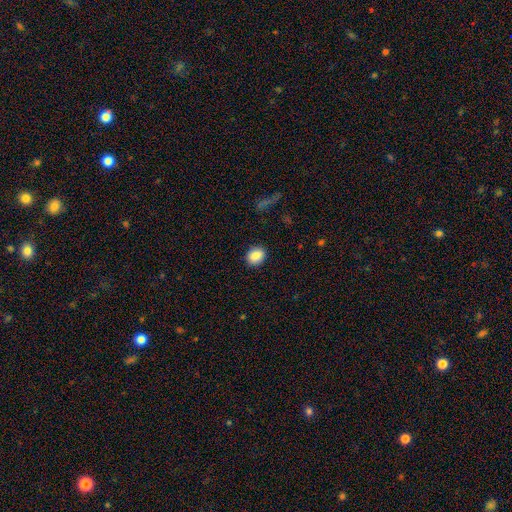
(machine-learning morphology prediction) Smooth or featured? Predicted: smooth (p=0.86). How rounded? Predicted: round (p=0.59). Merging? Predicted: none (p=0.89).